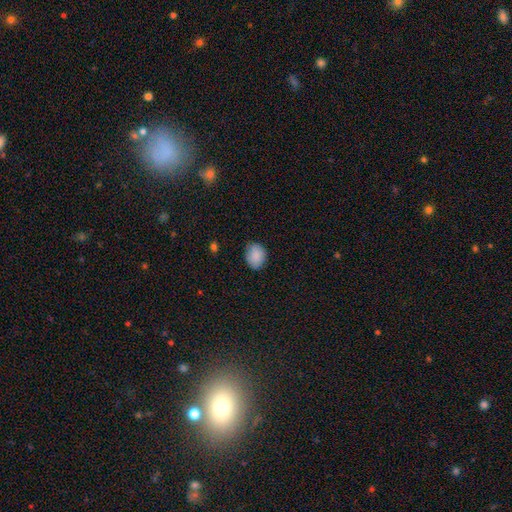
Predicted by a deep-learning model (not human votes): Smooth or featured? smooth (88%)
How rounded? in between (51%)
Merging? none (80%)